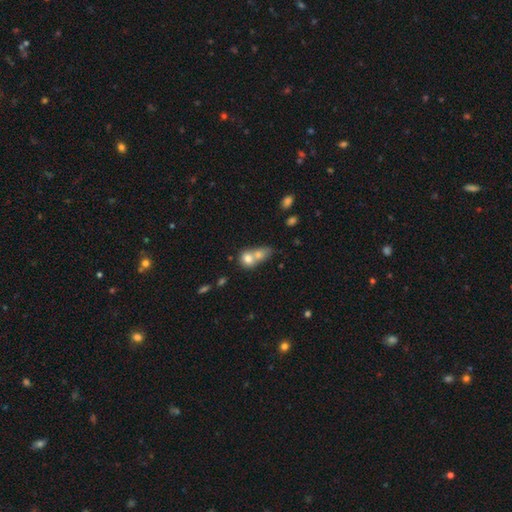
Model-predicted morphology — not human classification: Overall: smooth (73%). How rounded: round (64%; in between 34%). Merging: merger (69%).